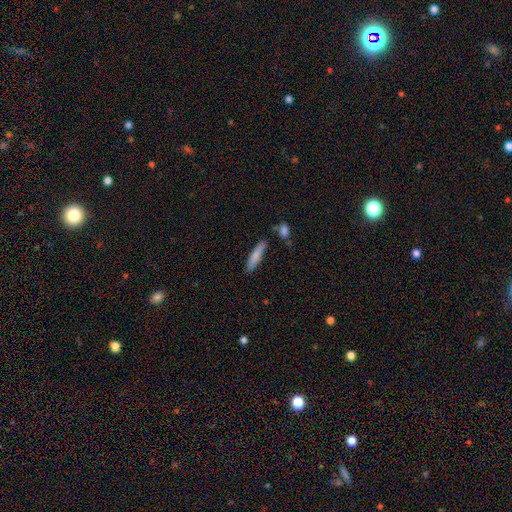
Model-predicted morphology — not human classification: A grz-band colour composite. It shows a smooth galaxy with no disk features (78%) that is cigar-shaped (82%). Merging: none (80%).